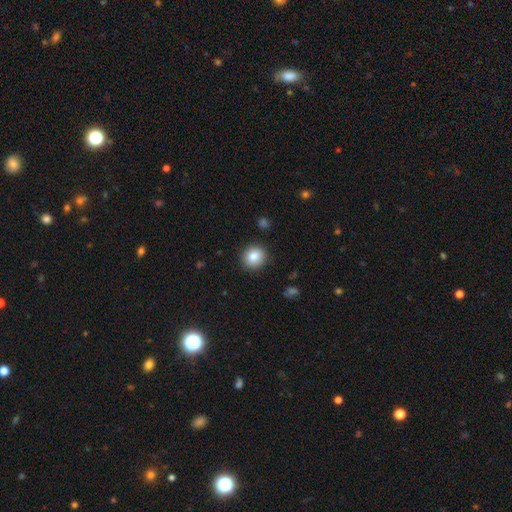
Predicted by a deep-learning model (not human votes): A smooth galaxy with no disk features (84%) that is round (90%). Merging: none (91%).